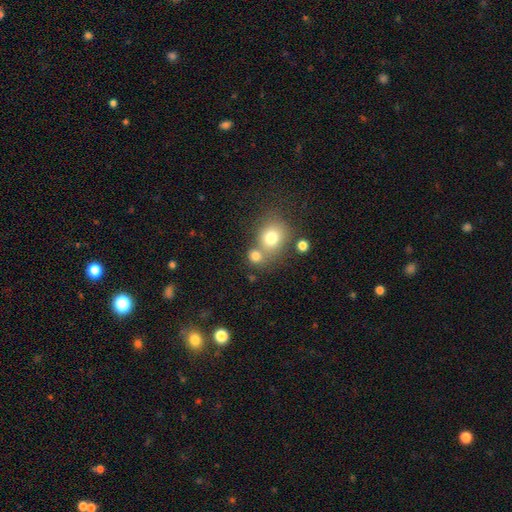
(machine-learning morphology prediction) A smooth galaxy with no disk features (76%) that is round (76%). Merging: none (52%).